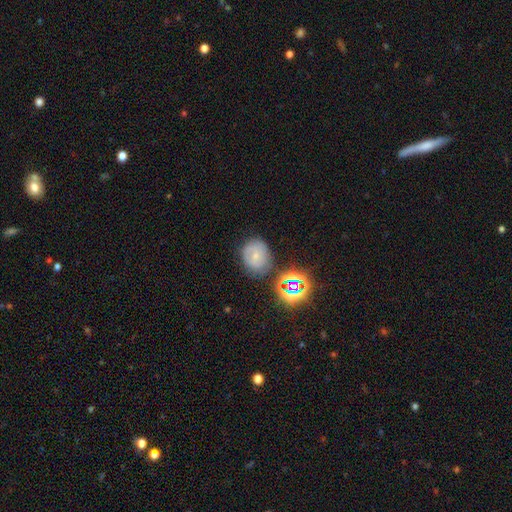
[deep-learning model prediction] A smooth galaxy with no disk features (46%).

Vote fractions:
- Smooth or featured? smooth: 46% / featured or disk: 33% / star or artifact: 21%
- Merging? none: 71% / minor disturbance: 18% / merger: 6% / major disturbance: 5%